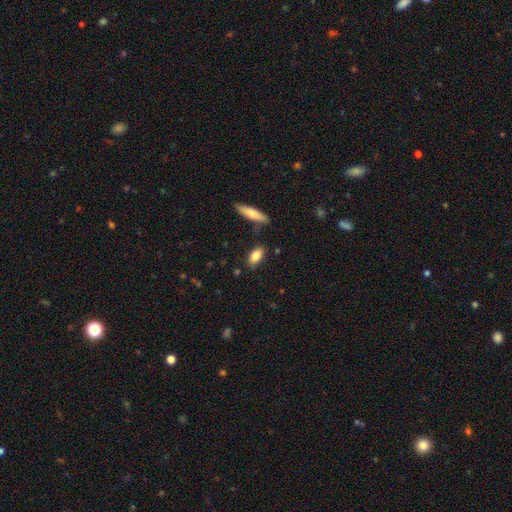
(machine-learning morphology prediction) This appears to be a smooth galaxy with no disk features (82%) that is in between round and cigar-shaped (84%). Merging: none (80%).